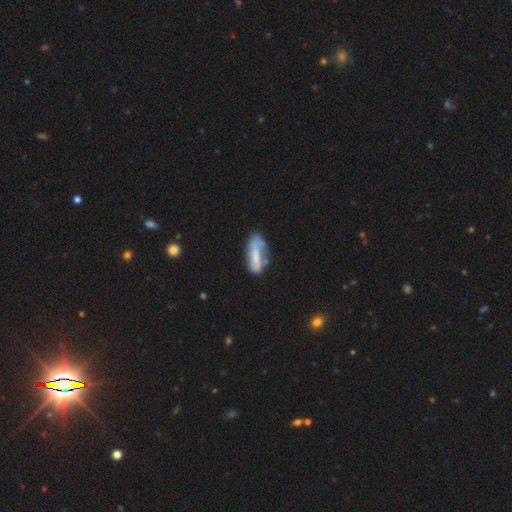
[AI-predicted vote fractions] Overall: smooth (57%; featured or disk 35%). How rounded: in between (62%; cigar-shaped 36%). Merging: none (44%; minor disturbance 30%).